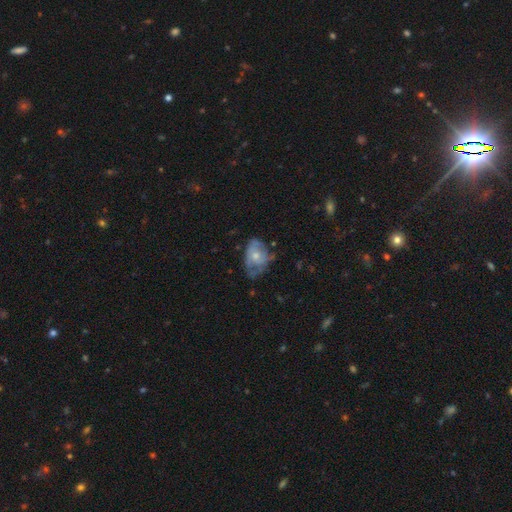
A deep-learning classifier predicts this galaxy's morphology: Q: Smooth or featured?
A: featured or disk (51%); runner-up: smooth (41%)
Q: Edge-on disk?
A: no (96%); runner-up: yes (4%)
Q: Merging?
A: none (35%); runner-up: minor disturbance (33%)